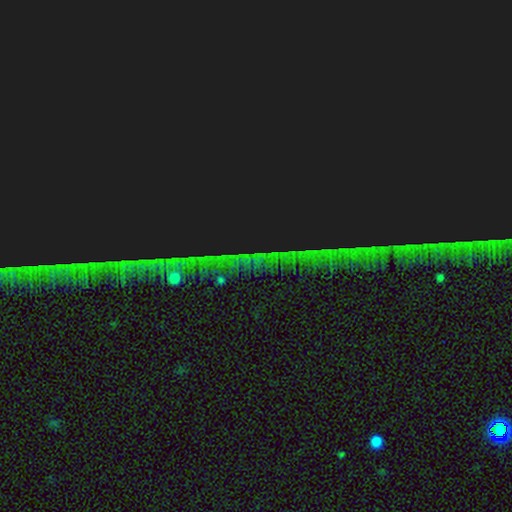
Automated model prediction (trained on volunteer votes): Overall: star or artifact (83%).